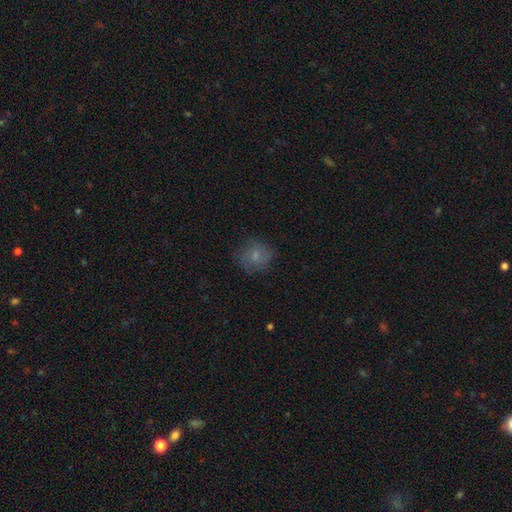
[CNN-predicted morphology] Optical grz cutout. It shows a smooth galaxy with no disk features (74%) that is round (84%). Merging: none (74%).